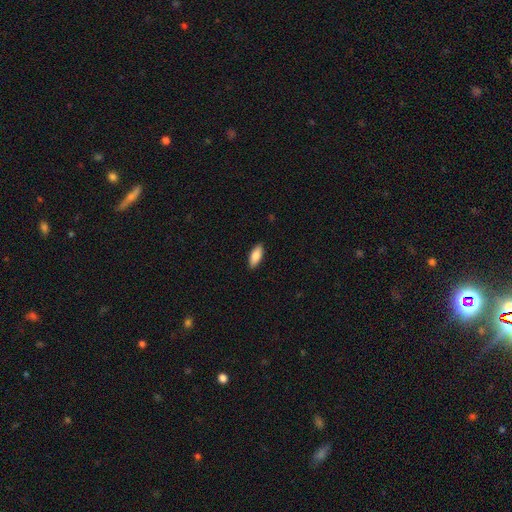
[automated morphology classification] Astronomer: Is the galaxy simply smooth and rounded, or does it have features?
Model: smooth — 84%.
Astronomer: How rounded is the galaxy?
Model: in between — 82%.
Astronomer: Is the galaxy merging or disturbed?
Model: none — 89%.